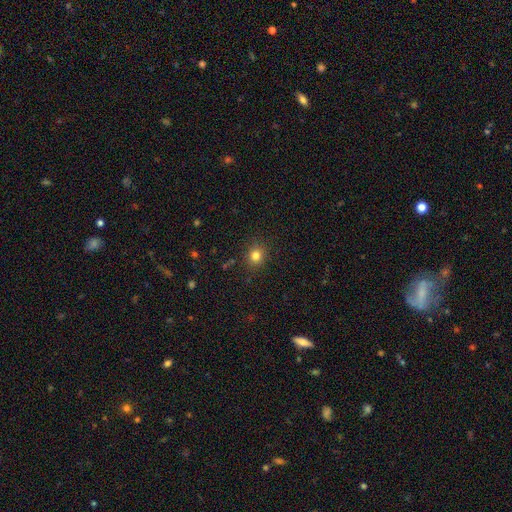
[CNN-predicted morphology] Q: Smooth or featured?
A: smooth (80%); runner-up: star or artifact (14%)
Q: How rounded?
A: round (80%); runner-up: in between (19%)
Q: Merging?
A: none (88%); runner-up: minor disturbance (8%)